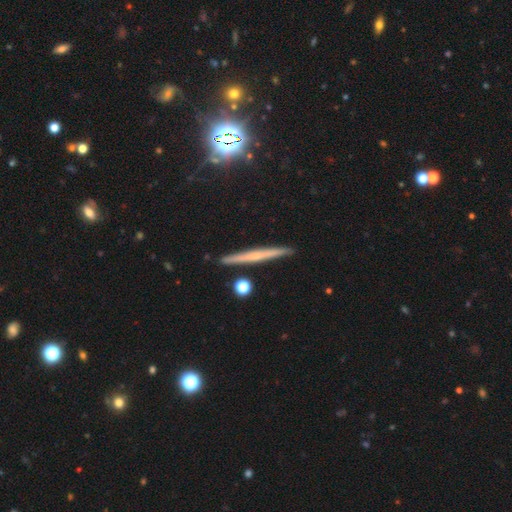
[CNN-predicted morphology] Smooth or featured?
  - featured or disk: 53% *
  - smooth: 36%
  - star or artifact: 11%
Edge-on disk?
  - yes: 97% *
  - no: 3%
Edge-on bulge?
  - none: 70% *
  - rounded: 24%
  - boxy: 6%
Merging?
  - none: 91% *
  - minor disturbance: 6%
  - merger: 2%
  - major disturbance: 1%